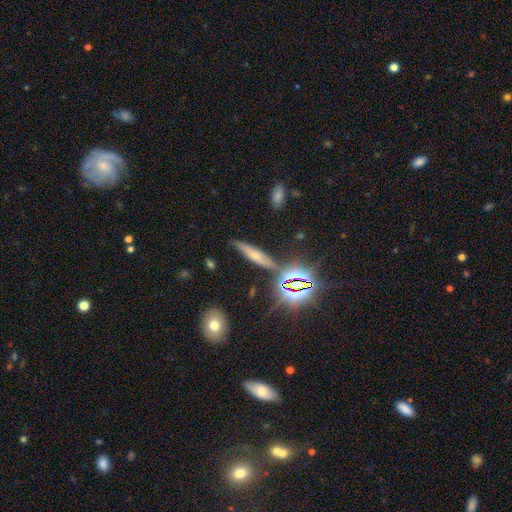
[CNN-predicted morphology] smooth 46%, featured or disk 32%, star or artifact 22%. Down the decision tree: merging — none (79%).